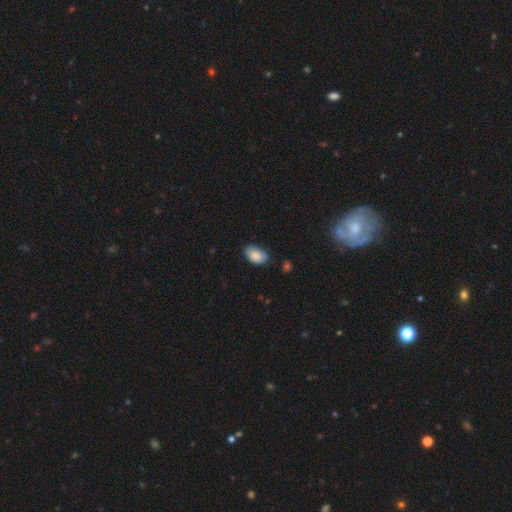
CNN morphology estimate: Overall: smooth (85%). How rounded: in between (90%). Merging: none (64%; minor disturbance 29%).